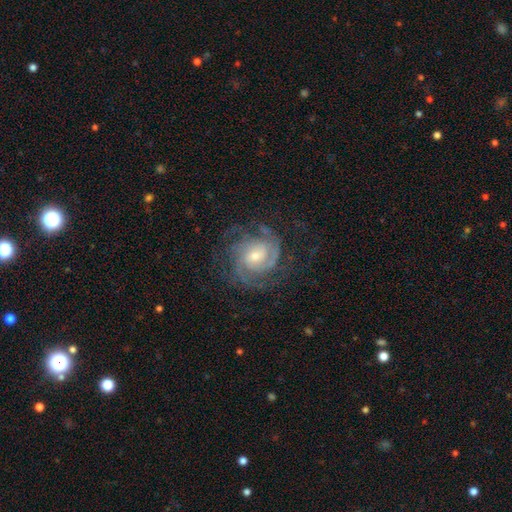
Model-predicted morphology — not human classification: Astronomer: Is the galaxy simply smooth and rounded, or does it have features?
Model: featured or disk — 88%.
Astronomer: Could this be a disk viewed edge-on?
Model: no — 98%.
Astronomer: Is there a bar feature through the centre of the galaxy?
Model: no — 63%.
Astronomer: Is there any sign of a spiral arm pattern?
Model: yes — 97%.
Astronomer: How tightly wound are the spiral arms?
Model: tight — 66%.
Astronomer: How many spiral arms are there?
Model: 2 — 27% (runner-up: 3, 26%).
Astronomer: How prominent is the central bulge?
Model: small — 50% (runner-up: moderate, 44%).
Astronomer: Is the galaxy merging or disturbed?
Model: none — 72%.